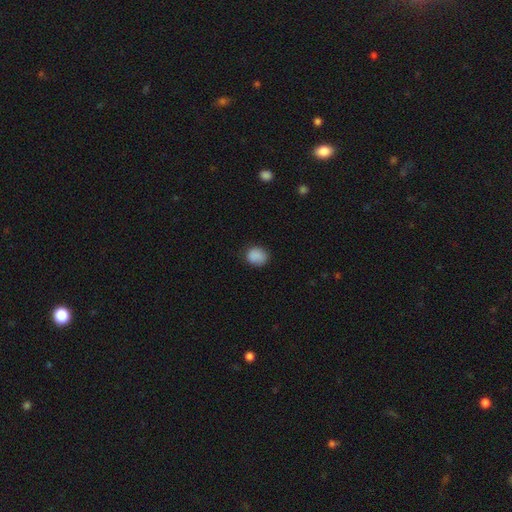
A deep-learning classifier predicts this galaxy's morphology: This is clearly a smooth galaxy (87%). How rounded: likely round (63%). Merging: likely none (77%).